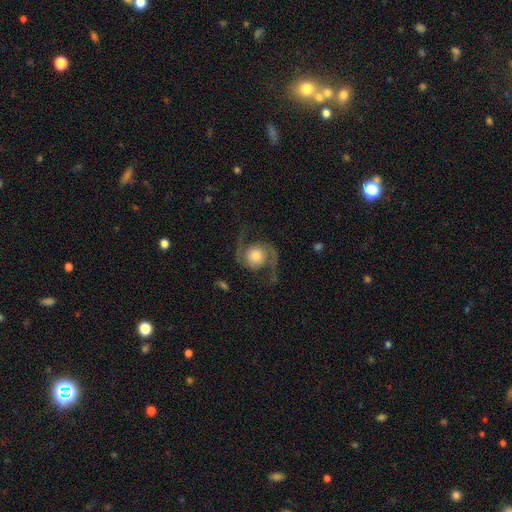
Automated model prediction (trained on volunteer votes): This is clearly a featured or disk galaxy (88%). It is clearly not viewed edge-on (98%). Bar: likely no (72%). Spiral arm pattern: clearly yes (97%). Spiral arm count: clearly 2 (94%). Spiral winding: possibly loose (46%). Central bulge: marginally moderate (44%). Merging: likely none (76%).